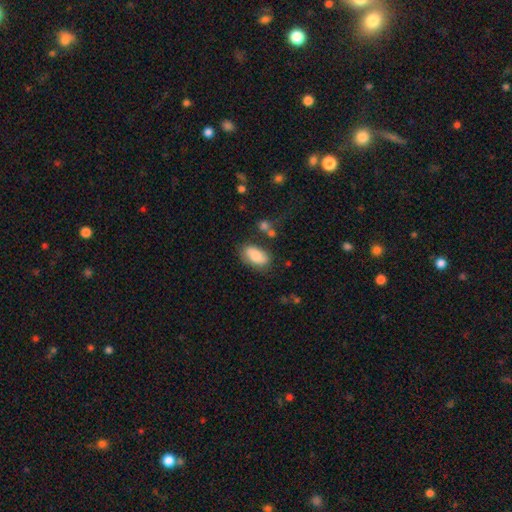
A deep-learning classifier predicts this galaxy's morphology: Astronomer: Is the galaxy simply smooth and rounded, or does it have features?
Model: smooth — 82%.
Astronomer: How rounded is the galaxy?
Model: in between — 93%.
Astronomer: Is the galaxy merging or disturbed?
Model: none — 68%.